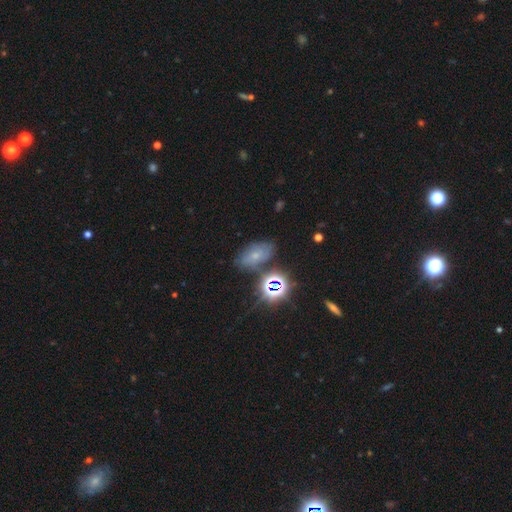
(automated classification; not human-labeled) Smooth or featured?
  - smooth: 37% *
  - star or artifact: 34%
  - featured or disk: 29%
Merging?
  - none: 67% *
  - minor disturbance: 19%
  - major disturbance: 7%
  - merger: 7%